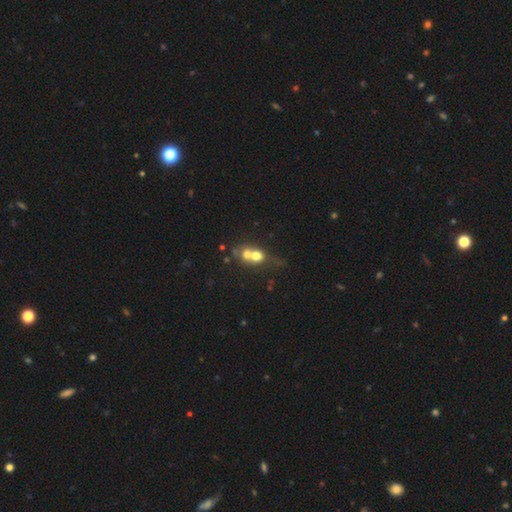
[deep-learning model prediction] Smooth or featured? smooth (59%)
How rounded? round (66%)
Merging? merger (64%)